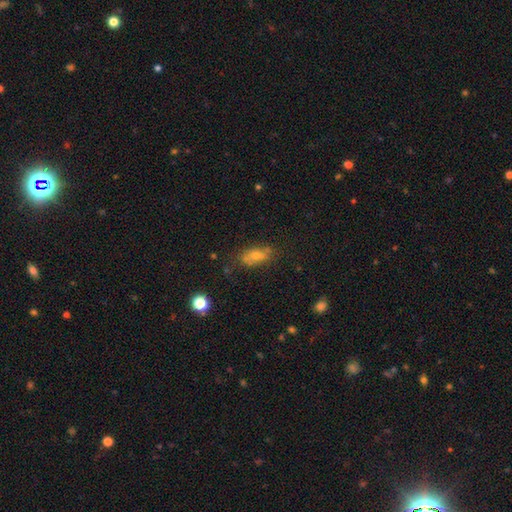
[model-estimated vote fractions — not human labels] Morphology: type=smooth (60%); roundness=in between (80%); merging=none (59%).